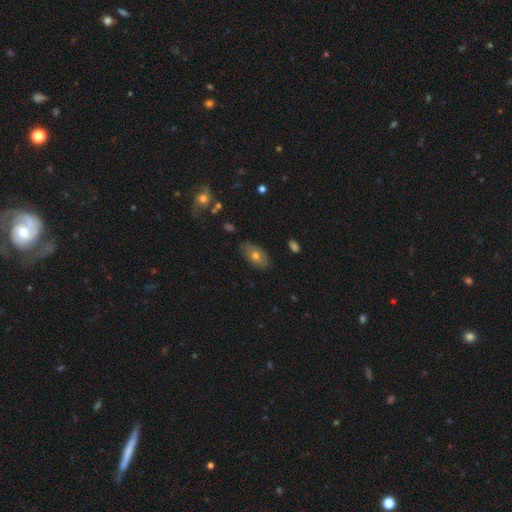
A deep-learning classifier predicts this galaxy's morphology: smooth 64%, featured or disk 26%, star or artifact 10%. Down the decision tree: how rounded — in between (90%); merging — none (78%).